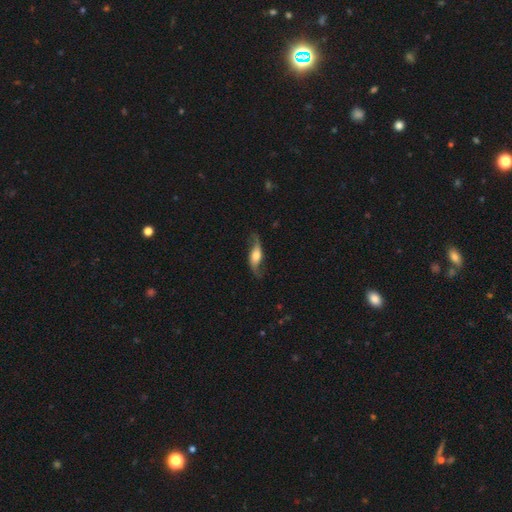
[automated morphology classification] A featured or disk galaxy (74%) with no bar (55%), 2 (92%) loose (85%) spiral arms (92%) and a moderate central bulge (52%).

Vote fractions:
- Smooth or featured? featured or disk: 74% / smooth: 20% / star or artifact: 7%
- Edge-on disk? no: 78% / yes: 22%
- Bar? no: 55% / weak: 29% / strong: 15%
- Spiral arms? yes: 92% / no: 8%
- Spiral winding? loose: 85% / medium: 11% / tight: 4%
- Spiral arm count? 2: 92% / can't tell: 3% / 1: 2% / 3: 1% / 4: 1% / more than 4: 1%
- Bulge size? moderate: 52% / large: 25% / small: 15% / dominant: 4% / none: 3%
- Merging? none: 72% / minor disturbance: 17% / major disturbance: 9% / merger: 2%